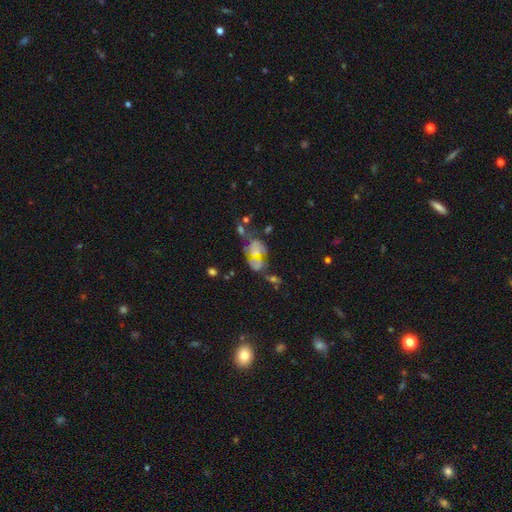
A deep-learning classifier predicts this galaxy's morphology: smooth_or_featured: featured or disk (p=0.51) [alt: smooth p=0.25]
disk_edge_on: no (p=0.95) [alt: yes p=0.05]
merging: none (p=0.32) [alt: merger p=0.29]